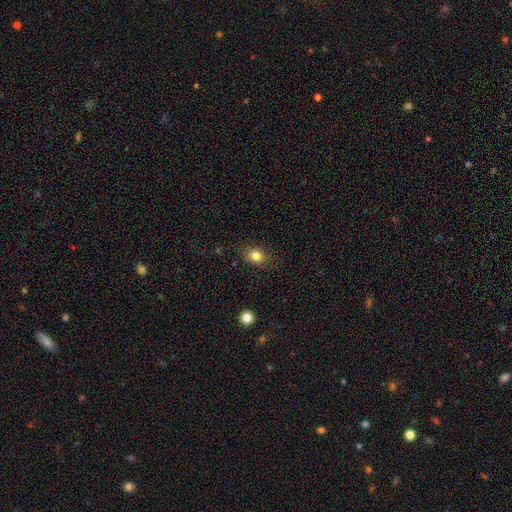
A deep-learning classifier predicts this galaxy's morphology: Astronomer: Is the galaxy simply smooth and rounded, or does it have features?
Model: smooth — 82%.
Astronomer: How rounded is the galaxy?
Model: in between — 51% (runner-up: round, 47%).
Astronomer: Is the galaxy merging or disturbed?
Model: none — 83%.